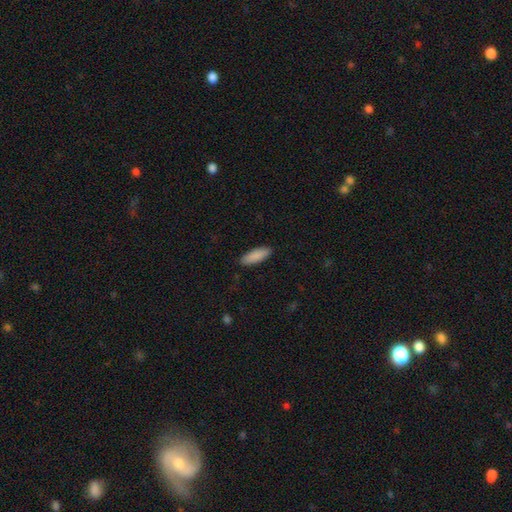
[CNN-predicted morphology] Smooth or featured? Predicted: smooth (p=0.90). How rounded? Predicted: in between (p=0.62). Merging? Predicted: none (p=0.90).